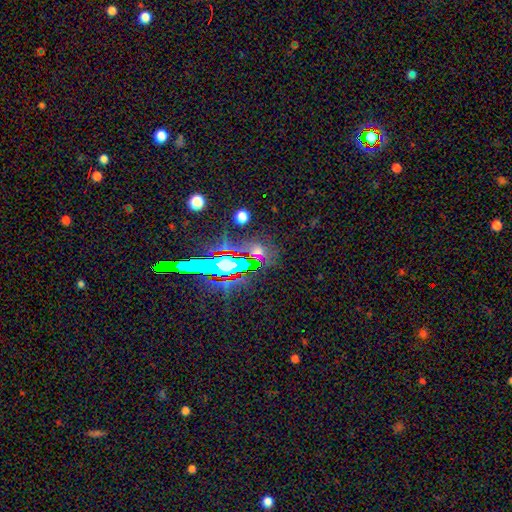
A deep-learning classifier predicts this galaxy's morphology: A star or artifact, not a galaxy (66%).